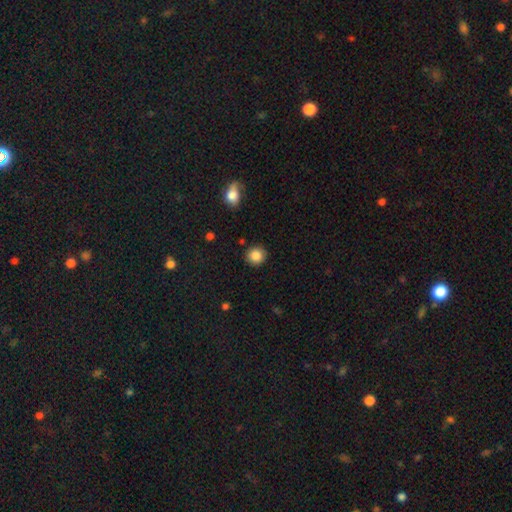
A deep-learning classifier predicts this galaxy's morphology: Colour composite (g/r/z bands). It shows a smooth galaxy with no disk features (86%) that is round (89%). Merging: none (90%).